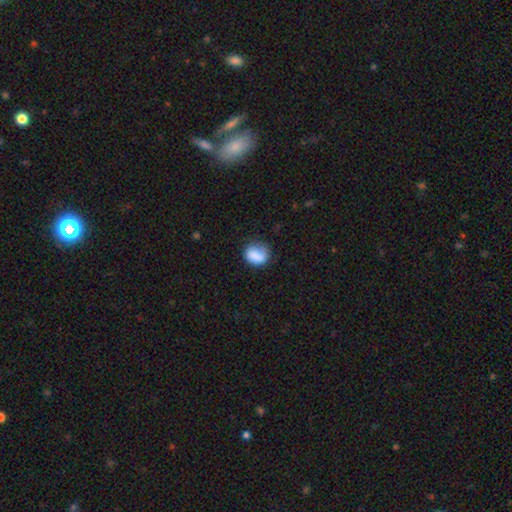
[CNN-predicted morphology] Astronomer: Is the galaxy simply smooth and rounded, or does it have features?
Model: smooth — 82%.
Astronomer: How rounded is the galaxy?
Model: round — 50% (runner-up: in between, 48%).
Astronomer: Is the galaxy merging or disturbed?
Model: none — 59%.